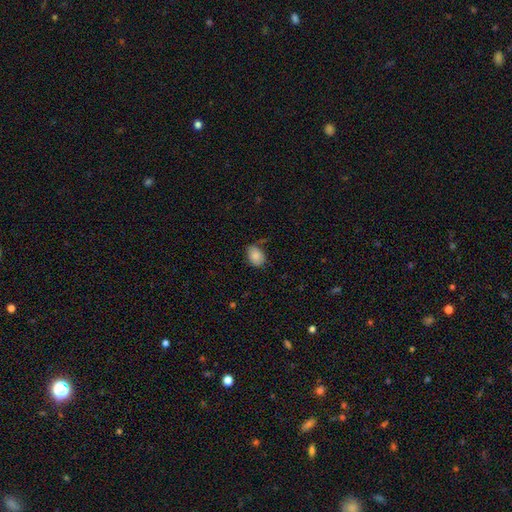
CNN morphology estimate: smooth 84%, star or artifact 8%, featured or disk 7%. Down the decision tree: how rounded — in between (71%); merging — none (68%).